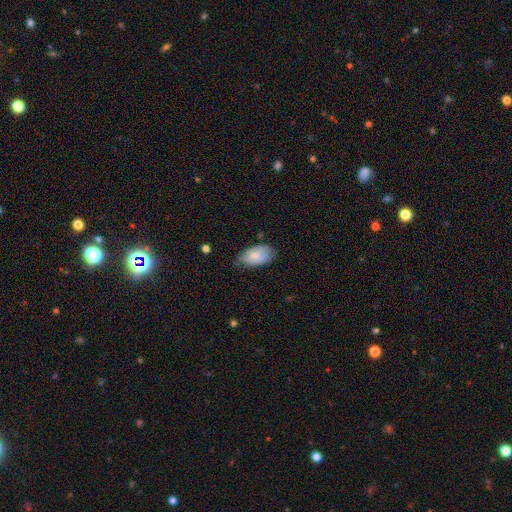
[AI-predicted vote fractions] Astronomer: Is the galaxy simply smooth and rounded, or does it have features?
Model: smooth — 77%.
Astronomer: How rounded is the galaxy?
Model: in between — 94%.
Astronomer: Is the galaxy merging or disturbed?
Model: none — 60%.